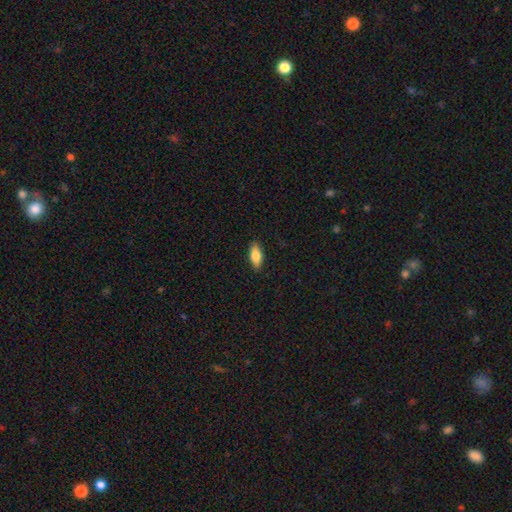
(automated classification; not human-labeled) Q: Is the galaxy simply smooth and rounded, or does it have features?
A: smooth — 80%.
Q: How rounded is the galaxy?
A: in between — 78%.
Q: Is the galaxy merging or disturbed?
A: none — 88%.